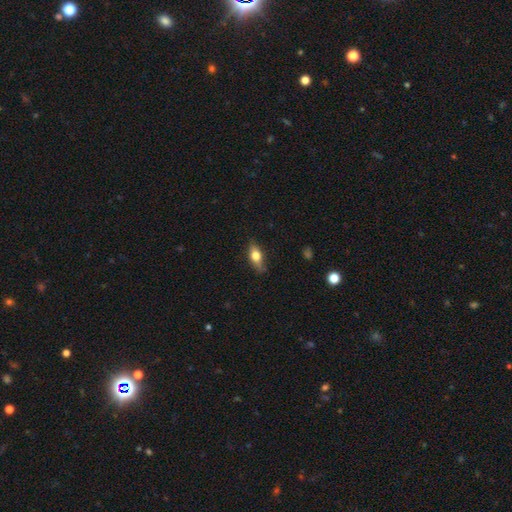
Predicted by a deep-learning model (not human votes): smooth 67%, featured or disk 25%, star or artifact 7%. Down the decision tree: how rounded — in between (74%); merging — none (75%).